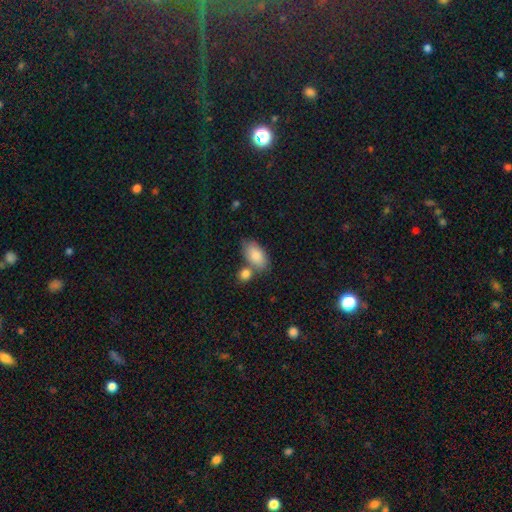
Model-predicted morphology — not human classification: Smooth or featured? Predicted: smooth (p=0.87). How rounded? Predicted: in between (p=0.93). Merging? Predicted: none (p=0.56).